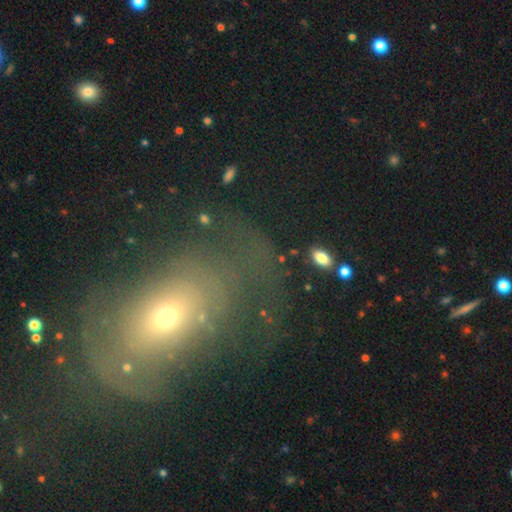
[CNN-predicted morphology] This is marginally a smooth galaxy (38%). Merging: possibly none (55%).